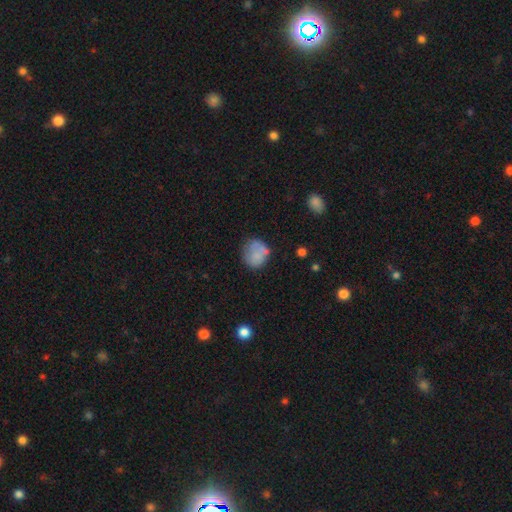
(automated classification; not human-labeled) The model was most divided on "merging": none: 55%, minor disturbance: 26%, major disturbance: 12%, merger: 7%. More confident: how rounded — round (77%); smooth or featured — smooth (72%).